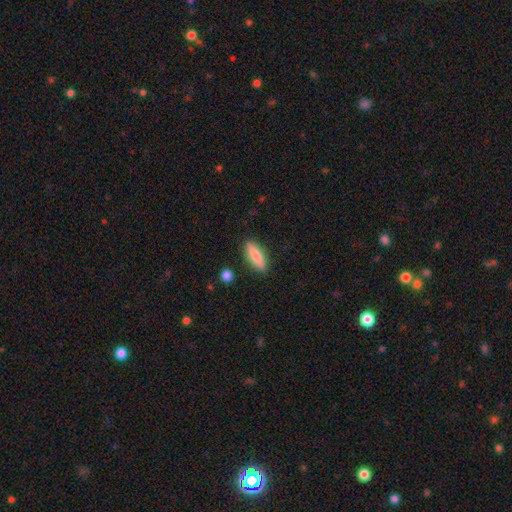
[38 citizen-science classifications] A smooth galaxy with no disk features (66%) that is cigar-shaped (68%).

Vote fractions:
- Smooth or featured? smooth: 66% / featured or disk: 34% / star or artifact: 0%
- How rounded? cigar-shaped: 68% / in between: 28% / round: 4%
- Merging? none: 82% / minor disturbance: 13% / major disturbance: 5% / merger: 0%